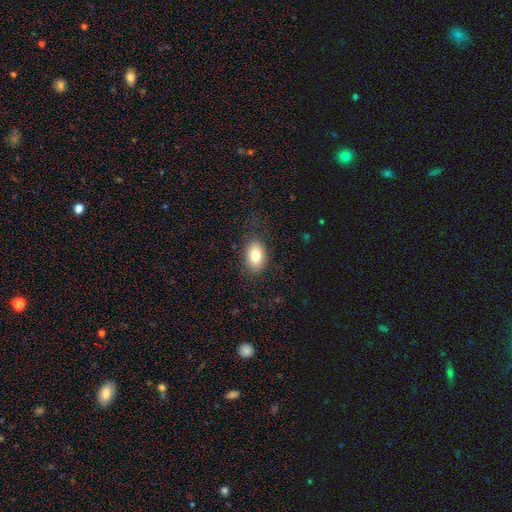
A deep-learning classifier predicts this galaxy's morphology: This is clearly a smooth galaxy (81%). How rounded: clearly in between (87%). Merging: clearly none (82%).